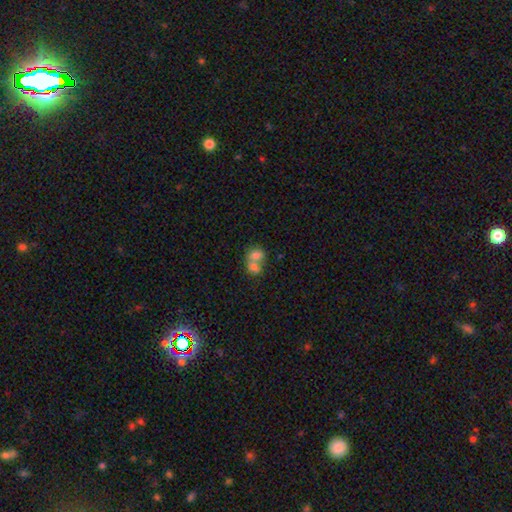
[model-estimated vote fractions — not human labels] This appears to be a smooth galaxy with no disk features (72%) that is round (55%). Merging: merger (73%).